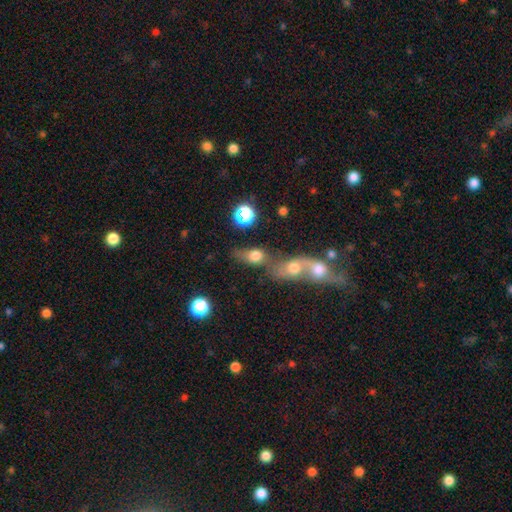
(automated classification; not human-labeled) smooth 66%, featured or disk 20%, star or artifact 13%. Down the decision tree: how rounded — in between (67%); merging — merger (61%).